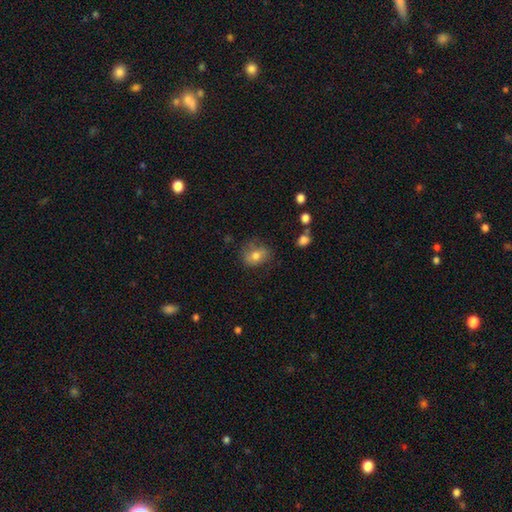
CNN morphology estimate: smooth 71%, featured or disk 20%, star or artifact 10%. Down the decision tree: how rounded — round (50%); merging — none (61%).